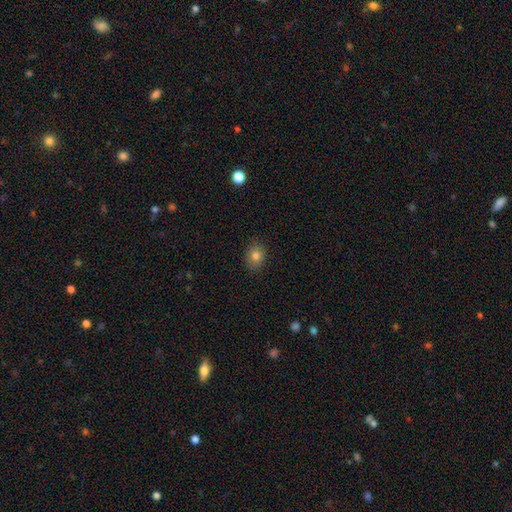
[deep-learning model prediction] Morphology: type=smooth (80%); roundness=in between (55%); merging=none (88%).